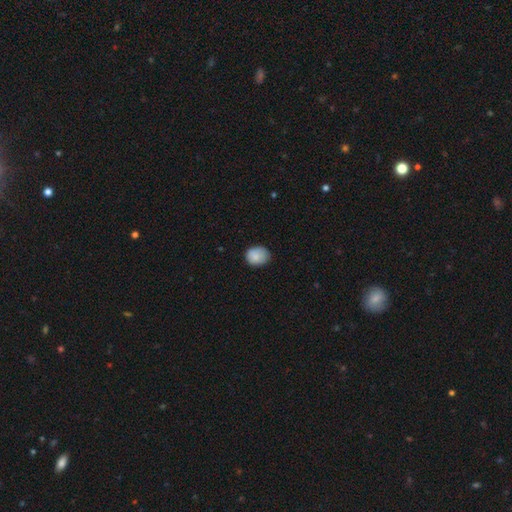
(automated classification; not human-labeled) Morphology: type=smooth (86%); roundness=round (60%); merging=none (74%).